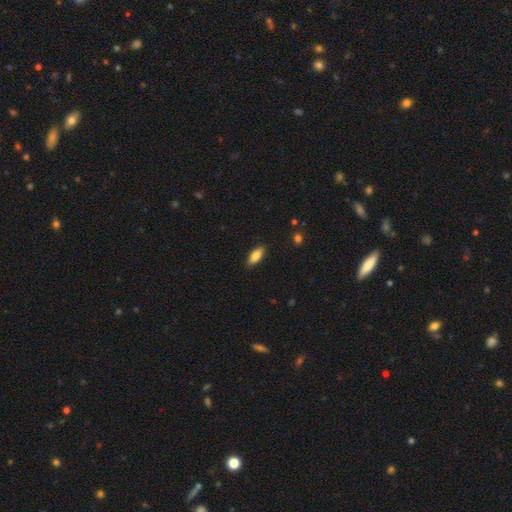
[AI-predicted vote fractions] A smooth galaxy with no disk features (82%) that is in between round and cigar-shaped (76%). Merging: none (87%).